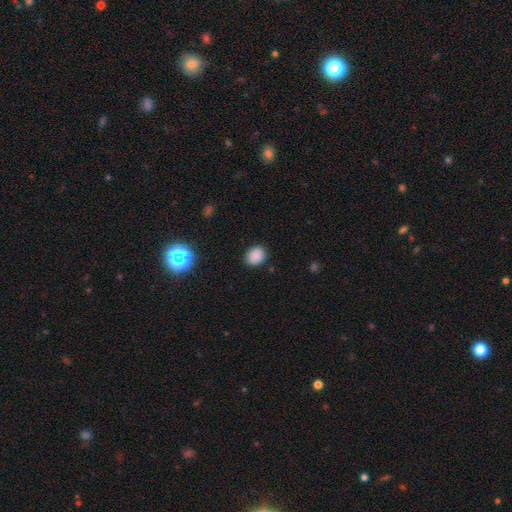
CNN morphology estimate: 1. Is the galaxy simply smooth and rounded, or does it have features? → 85% smooth, 12% star or artifact, 4% featured or disk.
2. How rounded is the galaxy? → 50% round (tied), 50% in between (tied), 1% cigar-shaped.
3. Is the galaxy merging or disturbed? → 86% none, 10% minor disturbance, 3% major disturbance, 1% merger.